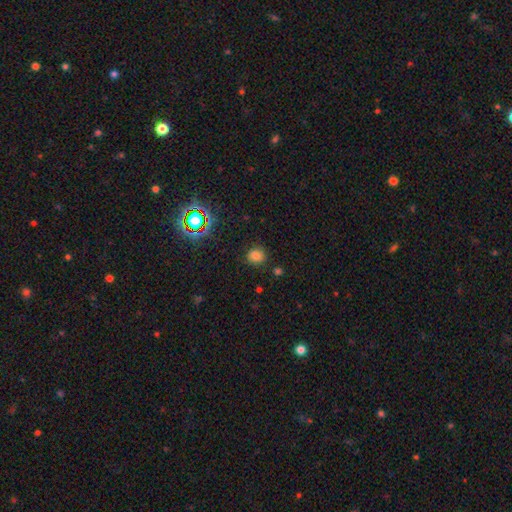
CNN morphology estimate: The model was most divided on "smooth or featured": smooth: 75%, star or artifact: 20%, featured or disk: 6%. More confident: merging — none (84%); how rounded — round (79%).